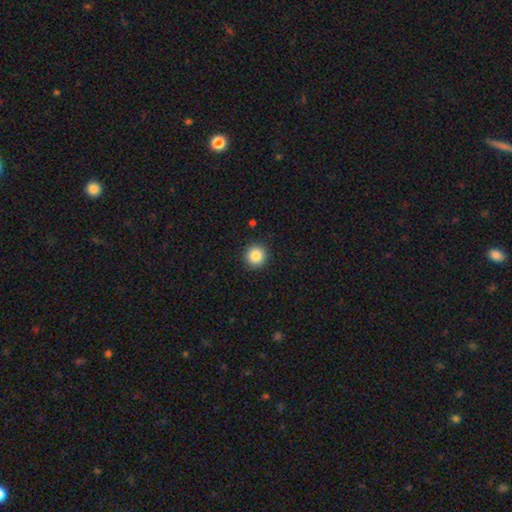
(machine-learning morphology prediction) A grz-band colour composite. It shows a smooth galaxy with no disk features (87%) that is round (94%). Merging: none (92%).